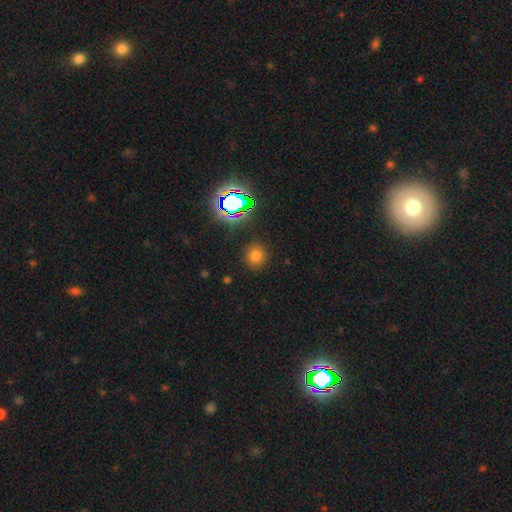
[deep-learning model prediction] smooth_or_featured: smooth (p=0.71) [alt: star or artifact p=0.22]
how_rounded: round (p=0.89) [alt: in between p=0.10]
merging: none (p=0.88) [alt: minor disturbance p=0.07]